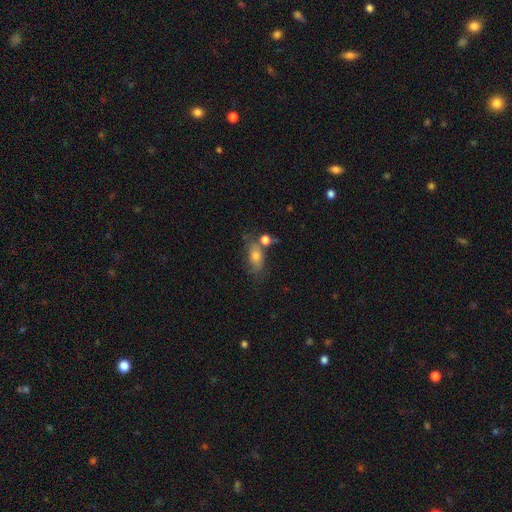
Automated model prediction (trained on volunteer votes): The model was most divided on "merging": none: 49%, merger: 20%, minor disturbance: 20%, major disturbance: 10%. More confident: how rounded — in between (80%); smooth or featured — smooth (66%).